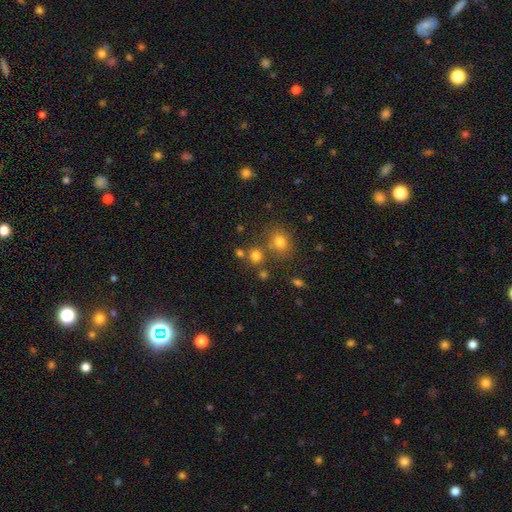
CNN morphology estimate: smooth_or_featured: smooth (p=0.74) [alt: star or artifact p=0.18]
how_rounded: round (p=0.86) [alt: in between p=0.13]
merging: none (p=0.67) [alt: merger p=0.21]